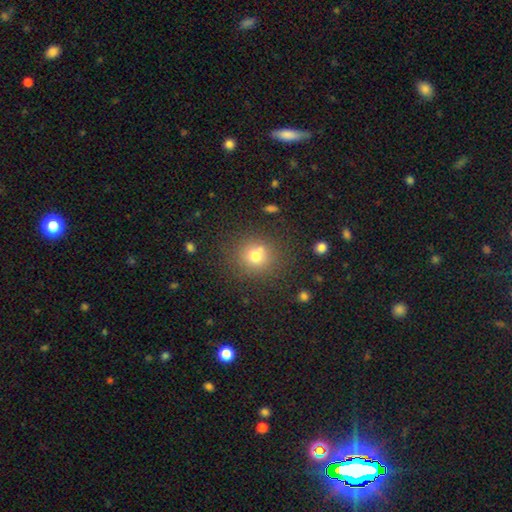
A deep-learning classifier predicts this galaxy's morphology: smooth-or-featured: smooth: 71% | star or artifact: 16% | featured or disk: 13%
  how-rounded: round: 86% | in between: 13% | cigar-shaped: 1%
  merging: none: 69% | merger: 15% | minor disturbance: 11% | major disturbance: 4%